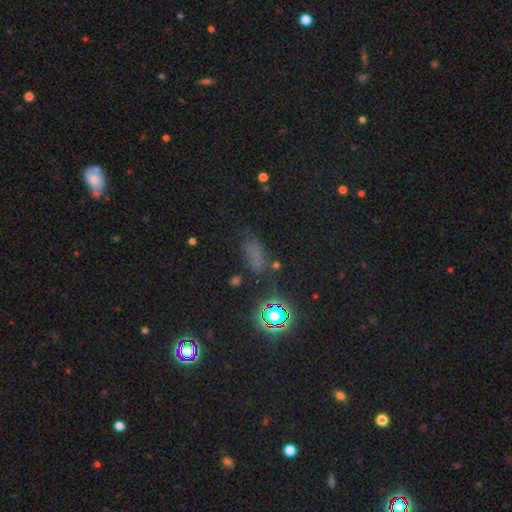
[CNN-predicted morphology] smooth 45%, star or artifact 43%, featured or disk 12%. Down the decision tree: merging — none (60%).